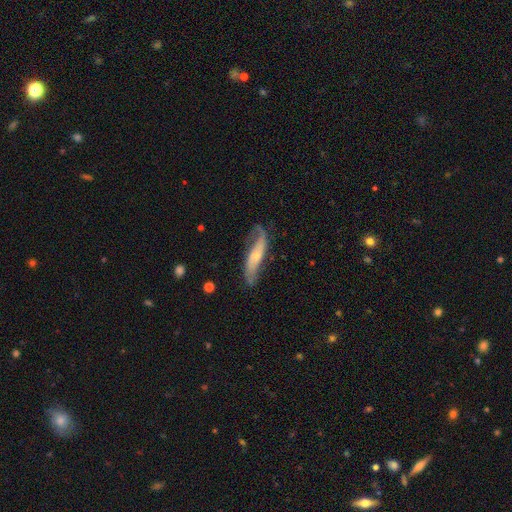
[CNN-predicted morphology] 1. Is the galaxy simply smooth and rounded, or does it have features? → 70% featured or disk, 24% smooth, 6% star or artifact.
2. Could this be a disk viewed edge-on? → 75% no, 25% yes.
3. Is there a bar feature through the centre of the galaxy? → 59% no, 26% weak, 15% strong.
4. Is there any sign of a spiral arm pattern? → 90% yes, 10% no.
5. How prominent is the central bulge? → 54% small, 38% moderate, 3% none, 3% large, 1% dominant.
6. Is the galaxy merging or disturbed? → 60% none, 24% minor disturbance, 13% major disturbance, 2% merger.